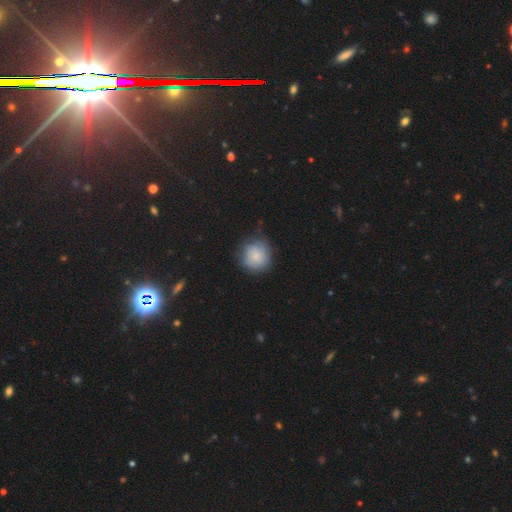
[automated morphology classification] smooth 75%, featured or disk 17%, star or artifact 8%. Down the decision tree: how rounded — round (90%); merging — none (67%).